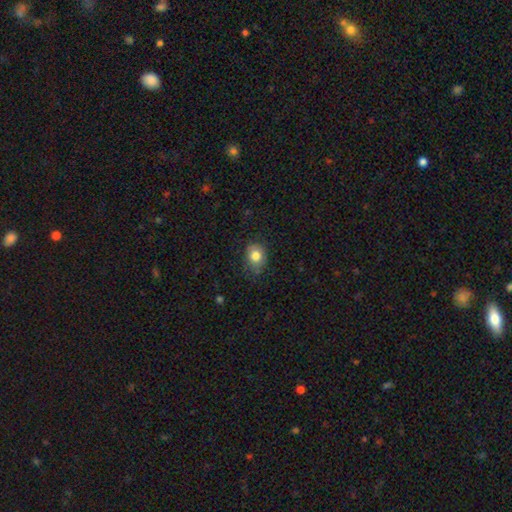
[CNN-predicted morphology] smooth-or-featured: smooth: 81% | star or artifact: 10% | featured or disk: 9%
  how-rounded: round: 58% | in between: 41% | cigar-shaped: 1%
  merging: none: 71% | minor disturbance: 22% | major disturbance: 5% | merger: 1%